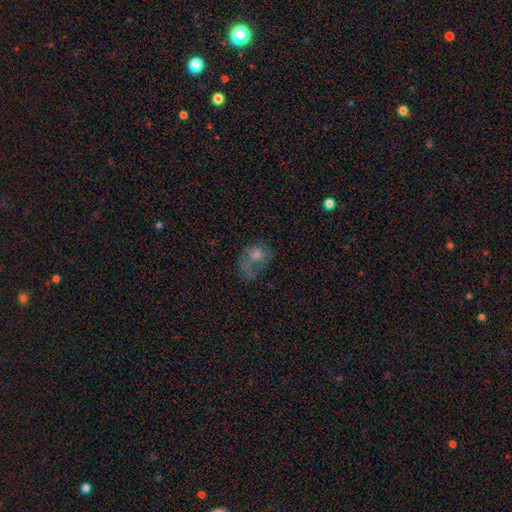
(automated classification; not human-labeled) smooth 58%, featured or disk 30%, star or artifact 12%. Down the decision tree: how rounded — in between (60%); merging — major disturbance (47%).